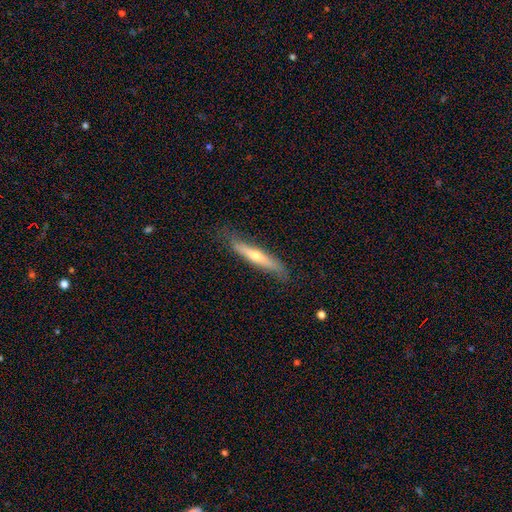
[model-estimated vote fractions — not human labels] Overall: featured or disk (53%; smooth 42%). Edge-on disk: yes (88%). Merging: none (76%).